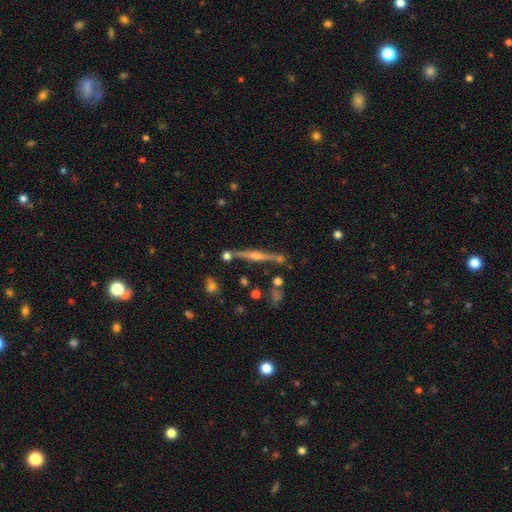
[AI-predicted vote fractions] The model was most divided on "smooth or featured": featured or disk: 82%, smooth: 10%, star or artifact: 8%. More confident: edge-on disk — yes (98%); edge-on bulge — rounded (90%); merging — none (82%).